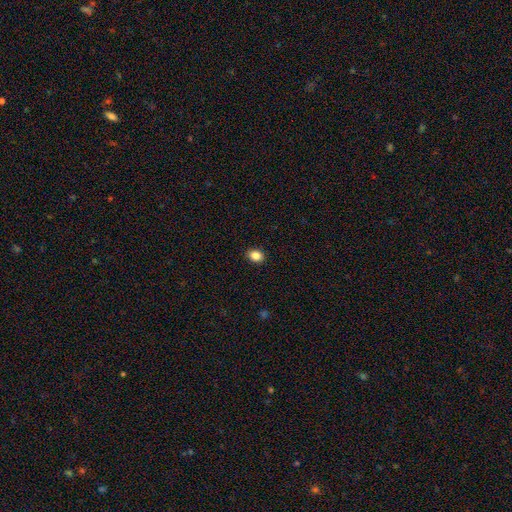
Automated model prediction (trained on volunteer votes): smooth 86%, star or artifact 10%, featured or disk 4%. Down the decision tree: how rounded — in between (56%); merging — none (90%).